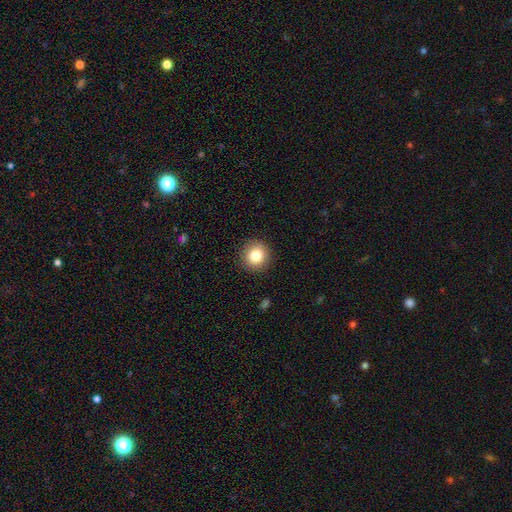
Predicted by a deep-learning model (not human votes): The model was most divided on "smooth or featured": smooth: 83%, star or artifact: 10%, featured or disk: 8%. More confident: how rounded — round (93%); merging — none (90%).